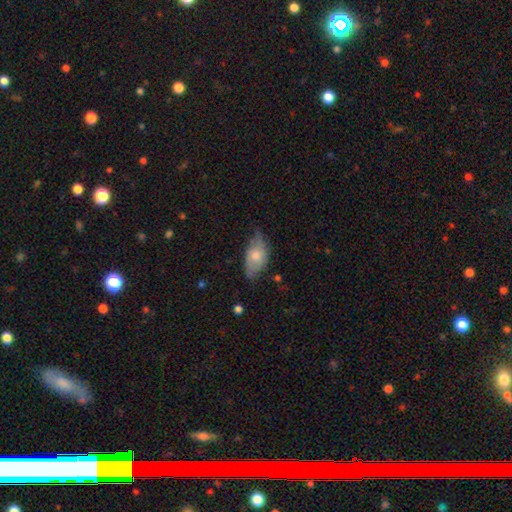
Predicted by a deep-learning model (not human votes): Morphology: type=smooth (54%); roundness=in between (89%); merging=none (53%).